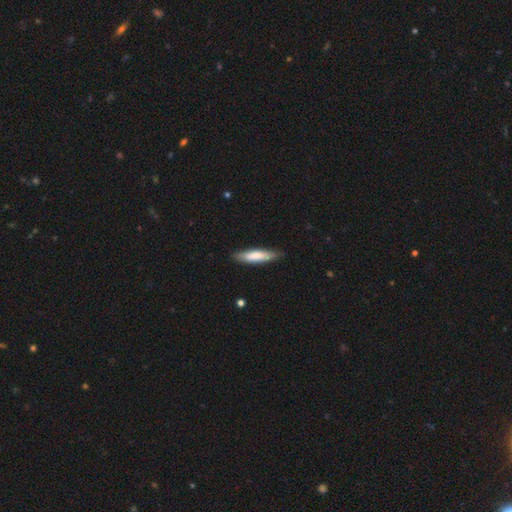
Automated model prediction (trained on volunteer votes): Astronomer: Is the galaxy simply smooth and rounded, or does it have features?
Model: smooth — 74%.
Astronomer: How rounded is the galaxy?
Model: cigar-shaped — 77%.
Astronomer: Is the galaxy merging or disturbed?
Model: none — 85%.